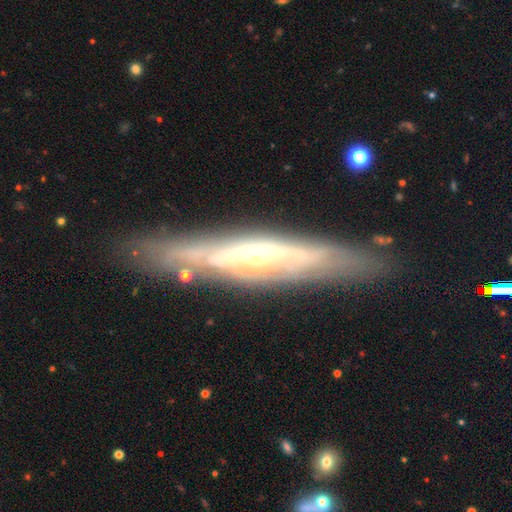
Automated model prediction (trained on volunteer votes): Smooth or featured: featured or disk — 80% (smooth — 14%)
Edge-on disk: yes — 58% (no — 42%)
Merging: none — 79% (minor disturbance — 14%)